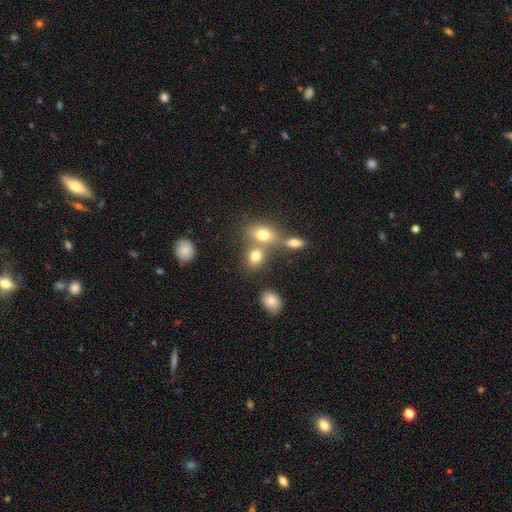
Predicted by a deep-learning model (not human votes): This is likely a smooth galaxy (73%). How rounded: possibly in between (51%). Merging: marginally none (45%).